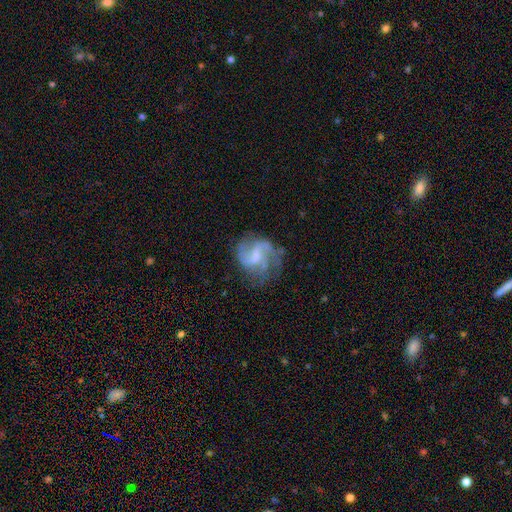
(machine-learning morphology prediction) This appears to be a featured or disk galaxy (76%) with a weak bar (54%), 2 (53%) medium (44%) spiral arms (89%) and no central bulge (34%). Merging: none (55%).